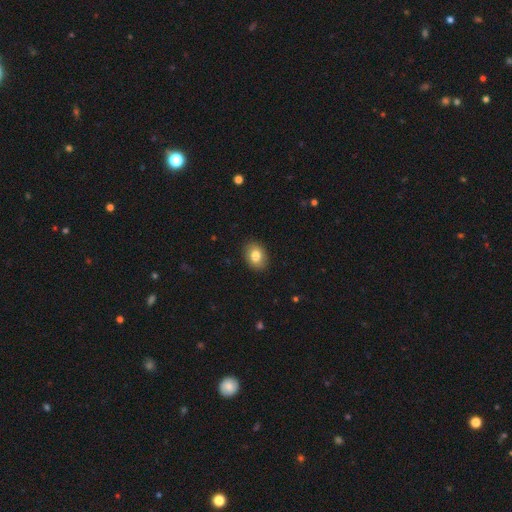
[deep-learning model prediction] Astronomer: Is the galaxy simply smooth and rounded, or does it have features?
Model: smooth — 82%.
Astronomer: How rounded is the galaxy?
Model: in between — 69%.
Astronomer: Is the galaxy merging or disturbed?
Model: none — 89%.